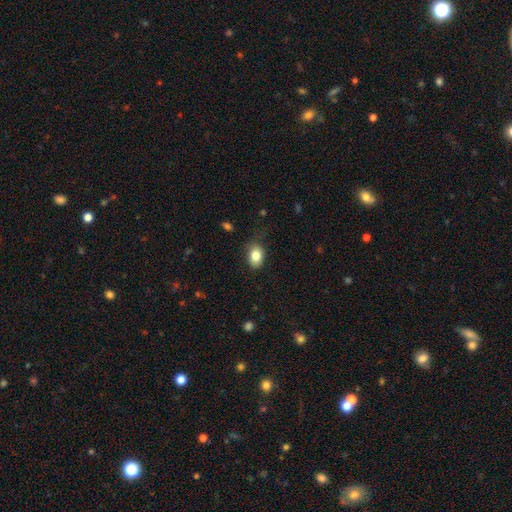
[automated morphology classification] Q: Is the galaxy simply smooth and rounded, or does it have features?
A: smooth — 82%.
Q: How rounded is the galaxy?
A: in between — 74%.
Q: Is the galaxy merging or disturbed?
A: none — 77%.